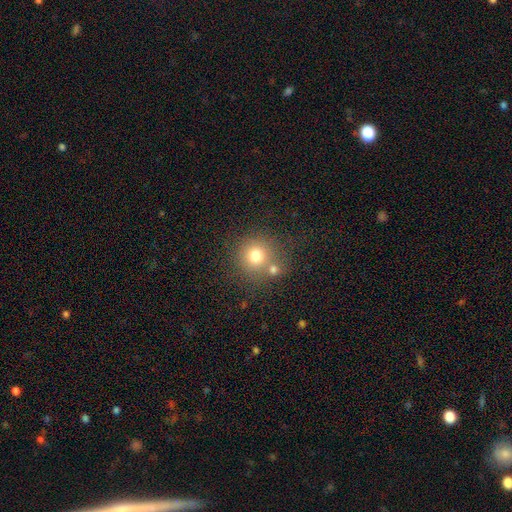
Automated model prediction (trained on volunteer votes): smooth-or-featured: smooth: 75% | star or artifact: 14% | featured or disk: 11%
  how-rounded: round: 92% | in between: 7% | cigar-shaped: 1%
  merging: none: 63% | merger: 23% | minor disturbance: 10% | major disturbance: 4%